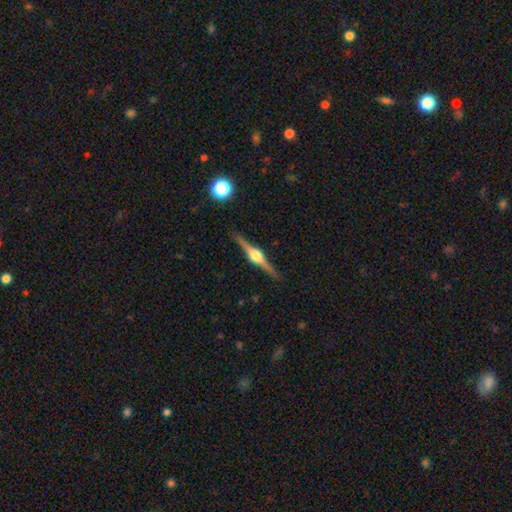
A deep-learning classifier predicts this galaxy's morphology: Q: Smooth or featured?
A: featured or disk (86%); runner-up: smooth (9%)
Q: Edge-on disk?
A: yes (98%); runner-up: no (2%)
Q: Edge-on bulge?
A: rounded (94%); runner-up: boxy (5%)
Q: Merging?
A: none (90%); runner-up: minor disturbance (7%)